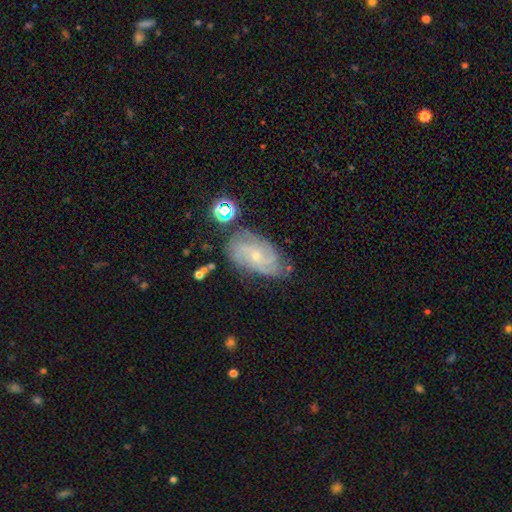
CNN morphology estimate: type=featured or disk (79%); edge-on=no (96%); bar=no (69%); spiral arms=yes (95%); winding=tight (56%); arm count=can't tell (29%); bulge=small (72%); merging=none (69%).